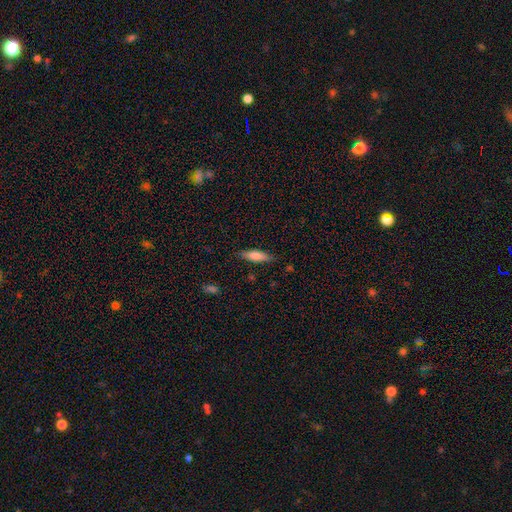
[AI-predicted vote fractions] Smooth or featured? smooth (73%)
How rounded? cigar-shaped (63%)
Merging? none (84%)